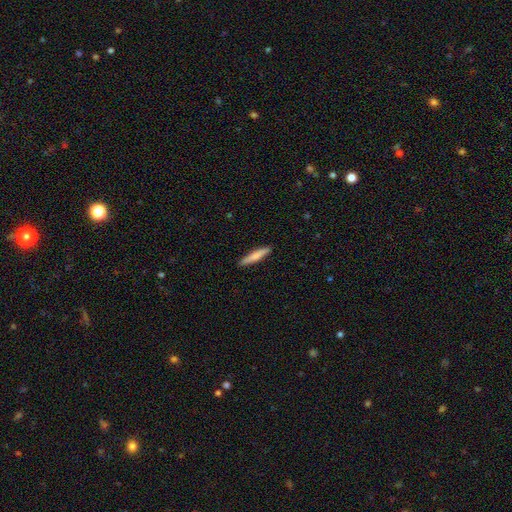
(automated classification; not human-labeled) The model was most divided on "smooth or featured": smooth: 75%, featured or disk: 20%, star or artifact: 5%. More confident: how rounded — cigar-shaped (91%); merging — none (89%).